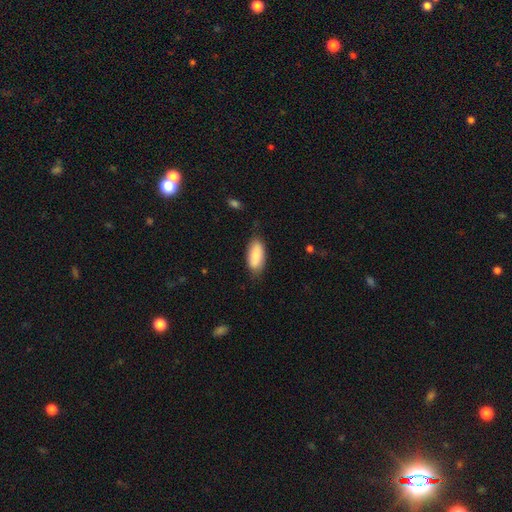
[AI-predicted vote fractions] A smooth galaxy with no disk features (84%) that is in between round and cigar-shaped (87%).

Vote fractions:
- Smooth or featured? smooth: 84% / featured or disk: 10% / star or artifact: 6%
- How rounded? in between: 87% / cigar-shaped: 11% / round: 2%
- Merging? none: 76% / minor disturbance: 19% / major disturbance: 4% / merger: 1%